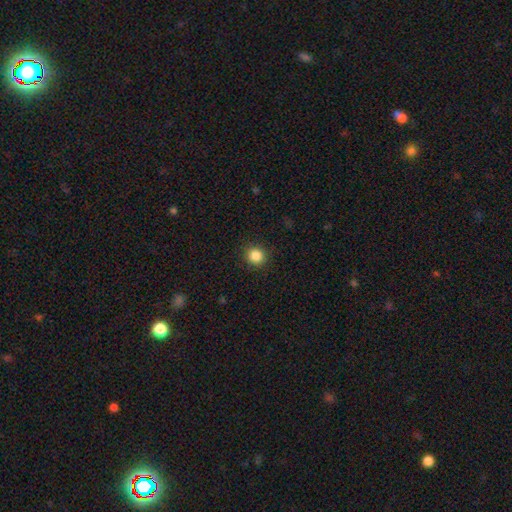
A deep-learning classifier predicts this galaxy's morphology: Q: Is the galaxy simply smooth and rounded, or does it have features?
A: smooth — 86%.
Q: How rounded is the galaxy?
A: round — 92%.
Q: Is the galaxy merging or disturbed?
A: none — 91%.